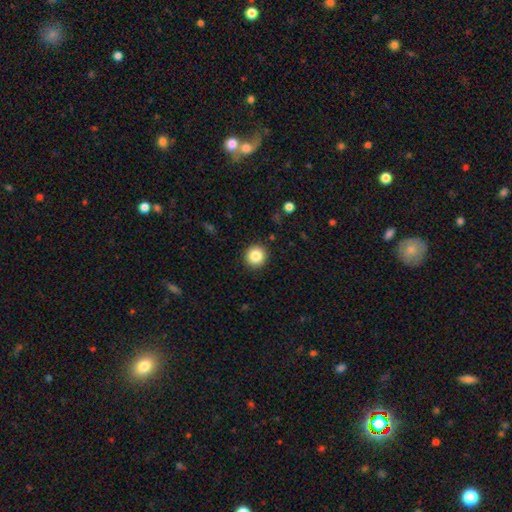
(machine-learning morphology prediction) smooth_or_featured: smooth (p=0.85) [alt: star or artifact p=0.10]
how_rounded: round (p=0.93) [alt: in between p=0.06]
merging: none (p=0.92) [alt: minor disturbance p=0.05]